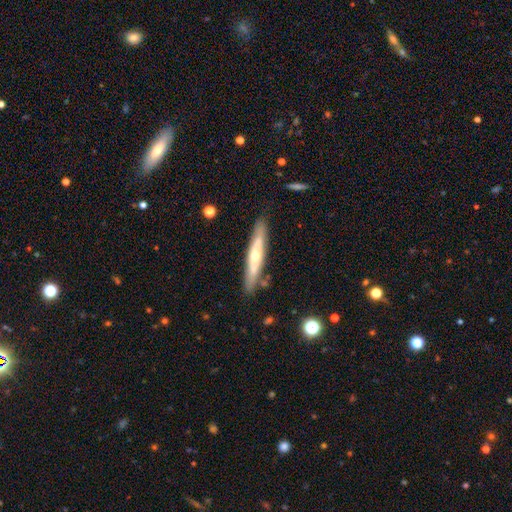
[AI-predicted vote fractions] Smooth or featured? Predicted: featured or disk (p=0.62). Edge-on disk? Predicted: yes (p=0.84). Edge-on bulge? Predicted: rounded (p=0.77). Merging? Predicted: none (p=0.85).